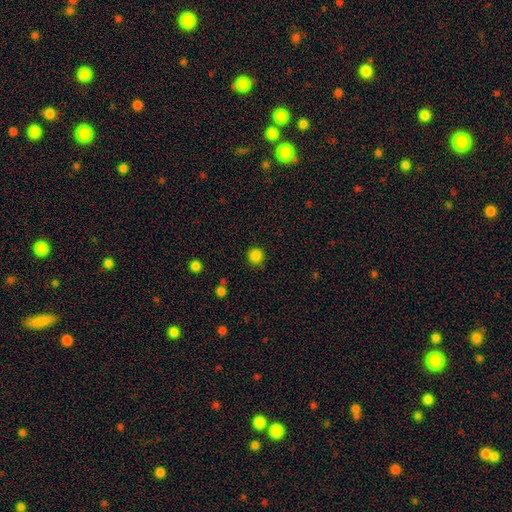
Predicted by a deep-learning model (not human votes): smooth_or_featured: smooth (p=0.84) [alt: star or artifact p=0.13]
how_rounded: round (p=0.93) [alt: in between p=0.06]
merging: none (p=0.87) [alt: minor disturbance p=0.08]